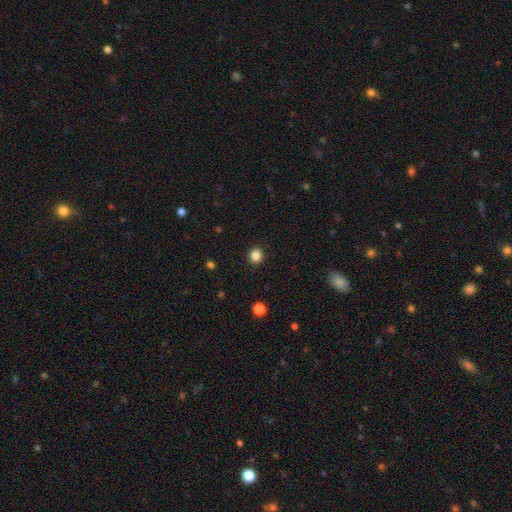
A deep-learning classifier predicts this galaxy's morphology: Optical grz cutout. It shows a smooth galaxy with no disk features (85%) that is round (86%). Merging: none (92%).